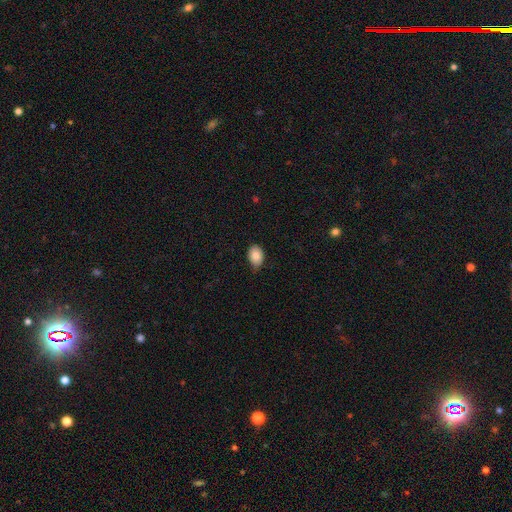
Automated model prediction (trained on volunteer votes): This is clearly a smooth galaxy (85%). How rounded: likely in between (79%). Merging: likely none (68%).